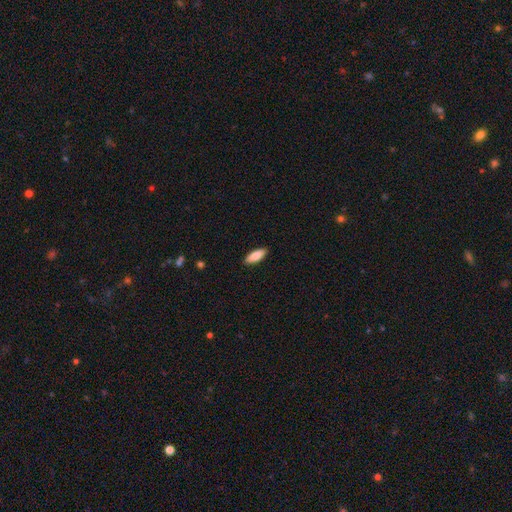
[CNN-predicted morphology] Smooth or featured? smooth (87%)
How rounded? in between (68%)
Merging? none (90%)